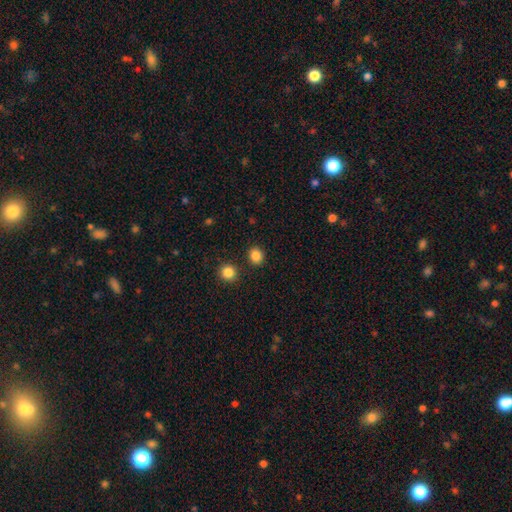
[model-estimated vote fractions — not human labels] This appears to be a smooth galaxy with no disk features (86%) that is round (74%). Merging: none (87%).